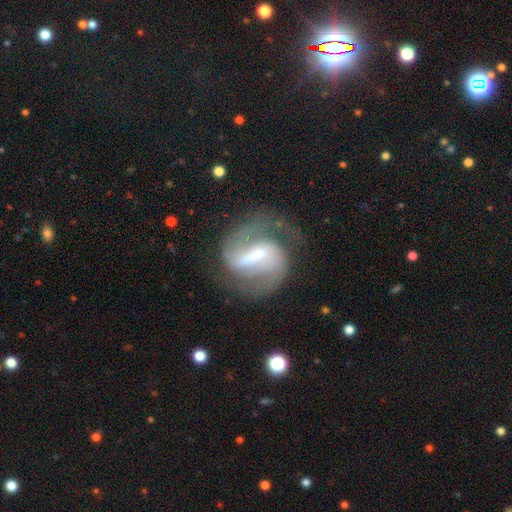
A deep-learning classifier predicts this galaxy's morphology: This appears to be a featured or disk galaxy (89%) with a strong bar (60%), 2 (91%) medium (57%) spiral arms (97%) and a small central bulge (42%). Merging: none (75%).